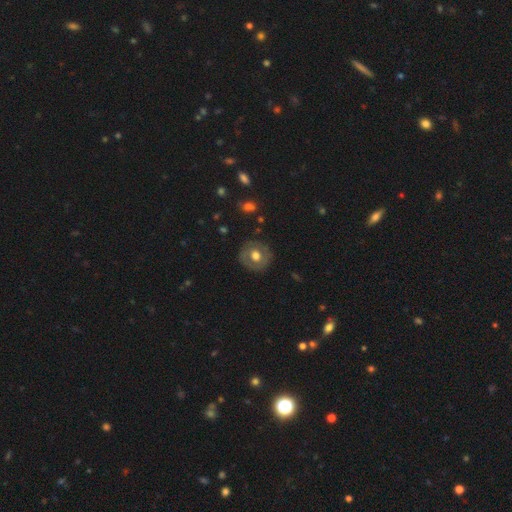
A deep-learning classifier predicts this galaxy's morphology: Smooth or featured: smooth — 52% (featured or disk — 41%)
How rounded: round — 86% (in between — 13%)
Merging: none — 84% (minor disturbance — 11%)